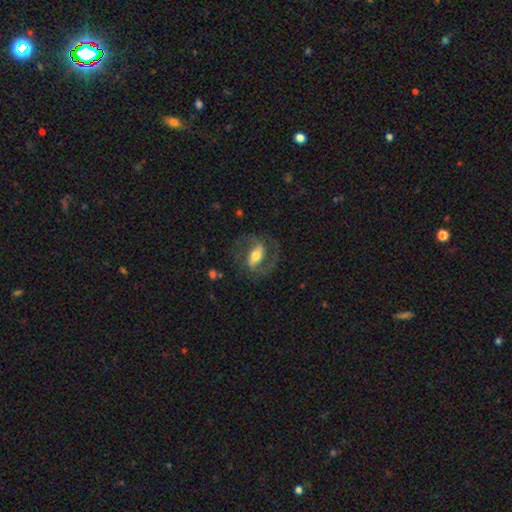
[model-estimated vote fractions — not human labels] Q: Smooth or featured?
A: featured or disk (77%); runner-up: smooth (17%)
Q: Edge-on disk?
A: no (93%); runner-up: yes (7%)
Q: Bar?
A: strong (53%); runner-up: weak (31%)
Q: Spiral arms?
A: yes (88%); runner-up: no (12%)
Q: Spiral winding?
A: medium (55%); runner-up: loose (25%)
Q: Spiral arm count?
A: 2 (87%); runner-up: 1 (5%)
Q: Bulge size?
A: moderate (64%); runner-up: small (19%)
Q: Merging?
A: none (69%); runner-up: minor disturbance (15%)